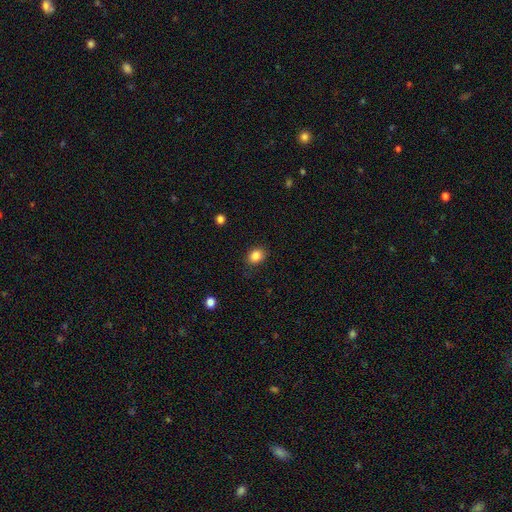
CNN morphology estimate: Smooth or featured: smooth — 85% (star or artifact — 10%)
How rounded: in between — 55% (round — 45%)
Merging: none — 84% (minor disturbance — 12%)